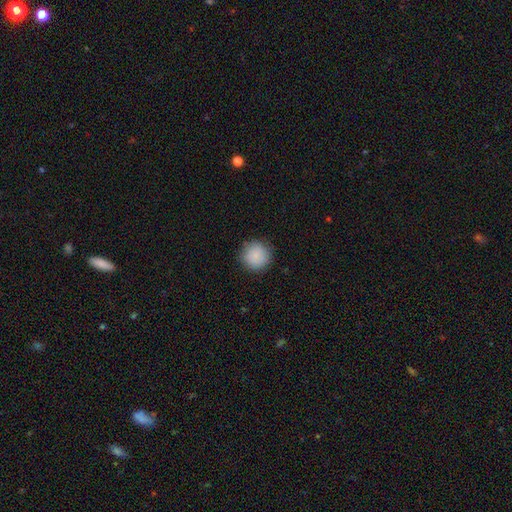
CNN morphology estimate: The model was most divided on "merging": none: 88%, minor disturbance: 8%, major disturbance: 2%, merger: 1%. More confident: how rounded — round (95%); smooth or featured — smooth (88%).